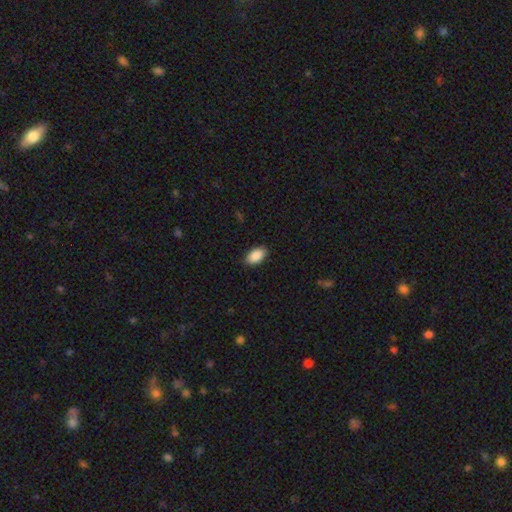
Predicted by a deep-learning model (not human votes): This is clearly a smooth galaxy (89%). How rounded: clearly in between (94%). Merging: clearly none (87%).